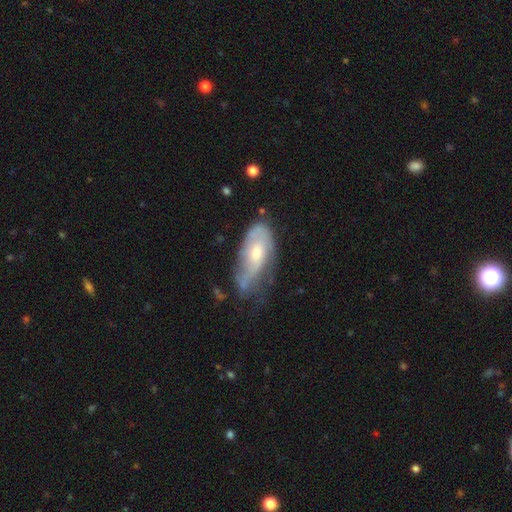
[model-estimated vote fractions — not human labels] smooth_or_featured: featured or disk (p=0.63) [alt: smooth p=0.29]
disk_edge_on: no (p=0.88) [alt: yes p=0.12]
bar: no (p=0.69) [alt: weak p=0.25]
has_spiral_arms: yes (p=0.74) [alt: no p=0.26]
bulge_size: moderate (p=0.57) [alt: small p=0.35]
merging: none (p=0.45) [alt: minor disturbance p=0.33]